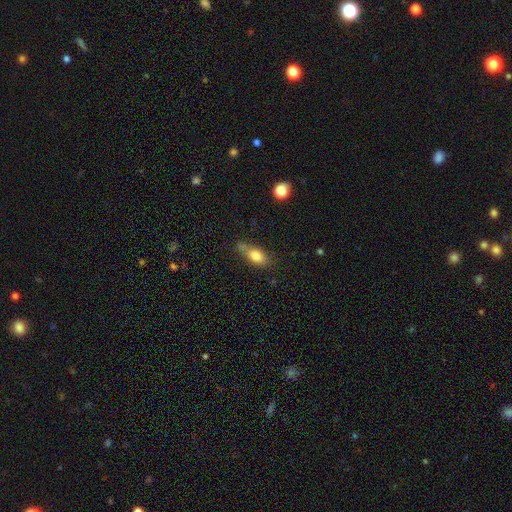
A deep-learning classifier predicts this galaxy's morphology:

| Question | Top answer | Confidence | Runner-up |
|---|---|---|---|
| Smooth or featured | smooth | 79% | featured or disk (12%) |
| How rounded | in between | 80% | cigar-shaped (12%) |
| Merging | none | 52% | minor disturbance (26%) |